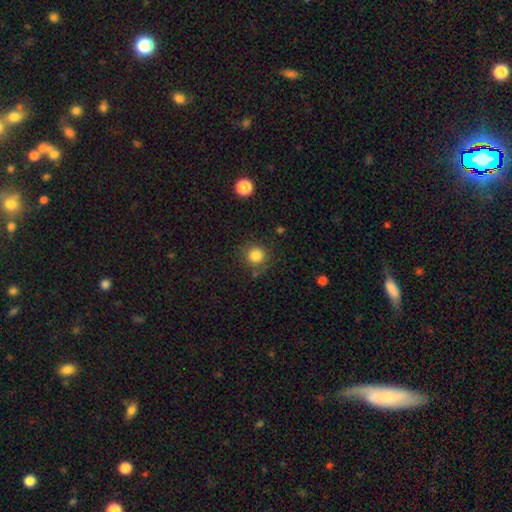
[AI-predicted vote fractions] smooth 83%, star or artifact 11%, featured or disk 6%. Down the decision tree: how rounded — round (92%); merging — none (79%).